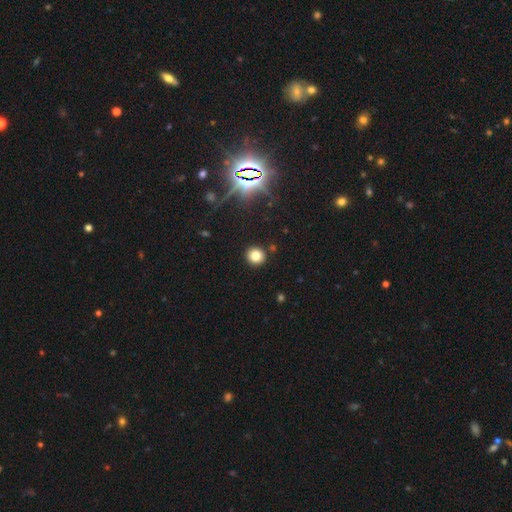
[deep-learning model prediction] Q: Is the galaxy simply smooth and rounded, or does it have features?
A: smooth — 79%.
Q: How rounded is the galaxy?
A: round — 90%.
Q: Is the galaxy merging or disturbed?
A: none — 90%.